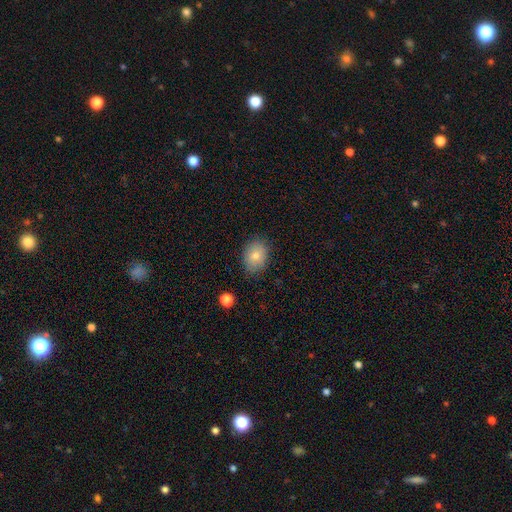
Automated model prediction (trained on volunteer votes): The model was most divided on "how rounded": in between: 69%, round: 30%, cigar-shaped: 1%. More confident: merging — none (83%); smooth or featured — smooth (80%).